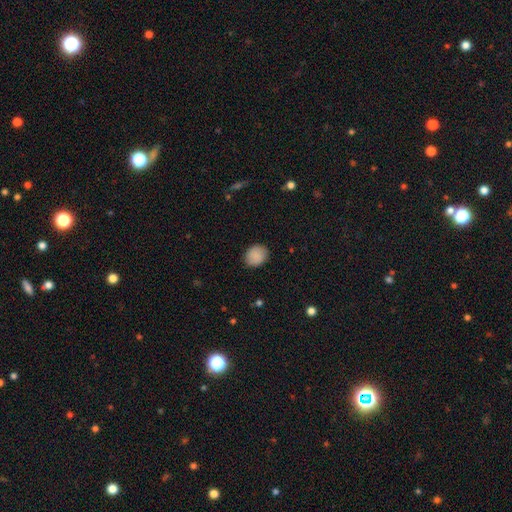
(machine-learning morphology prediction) Smooth or featured: smooth — 88% (star or artifact — 8%)
How rounded: round — 64% (in between — 35%)
Merging: none — 87% (minor disturbance — 9%)